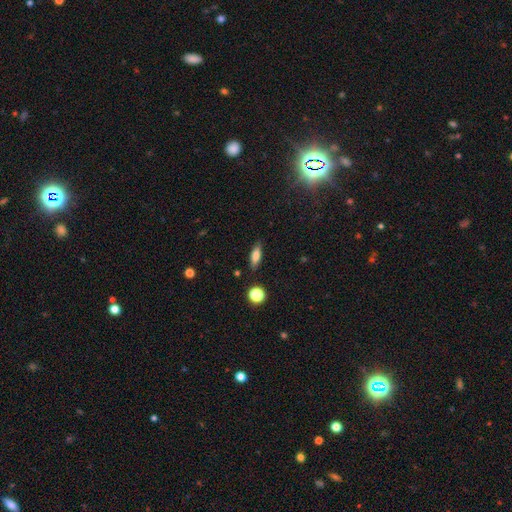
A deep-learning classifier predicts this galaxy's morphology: Smooth or featured: smooth — 72% (featured or disk — 20%)
How rounded: in between — 57% (cigar-shaped — 39%)
Merging: none — 85% (minor disturbance — 10%)